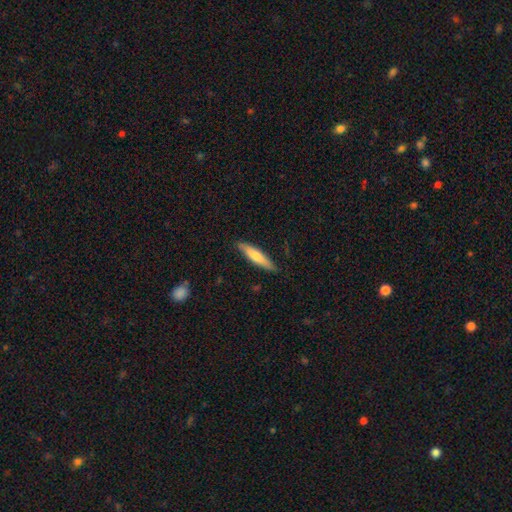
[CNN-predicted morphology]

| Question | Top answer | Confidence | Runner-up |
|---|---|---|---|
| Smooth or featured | smooth | 65% | featured or disk (30%) |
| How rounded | cigar-shaped | 85% | in between (13%) |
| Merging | none | 85% | minor disturbance (11%) |